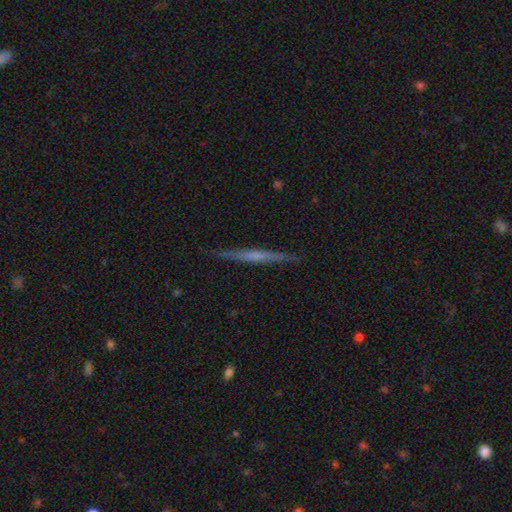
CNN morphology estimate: type=featured or disk (61%); edge-on=yes (97%); edge-on bulge=none (63%); merging=none (90%).